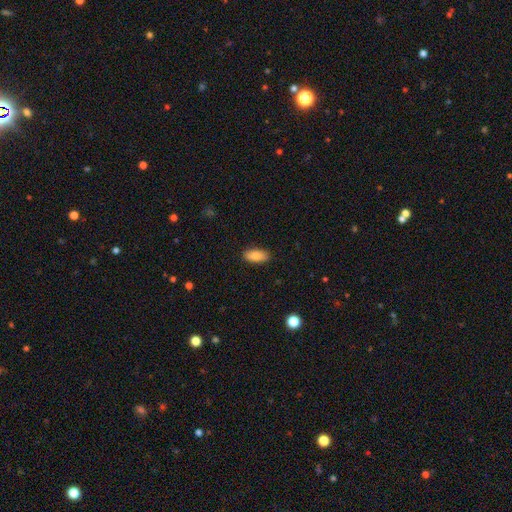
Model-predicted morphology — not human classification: Q: Smooth or featured?
A: smooth (83%); runner-up: featured or disk (10%)
Q: How rounded?
A: in between (88%); runner-up: cigar-shaped (9%)
Q: Merging?
A: none (87%); runner-up: minor disturbance (10%)